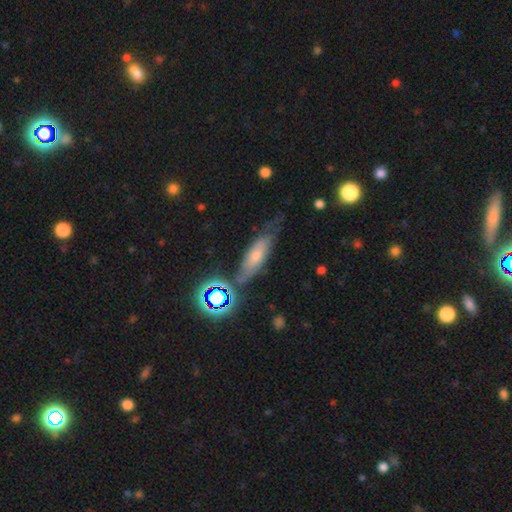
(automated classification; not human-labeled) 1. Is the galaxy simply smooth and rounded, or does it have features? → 50% smooth, 32% featured or disk, 17% star or artifact.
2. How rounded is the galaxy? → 48% cigar-shaped, 47% in between, 6% round.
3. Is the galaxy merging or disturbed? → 59% none, 25% minor disturbance, 10% major disturbance, 6% merger.